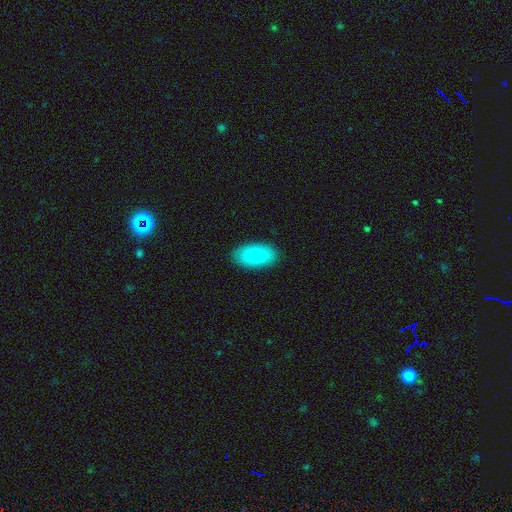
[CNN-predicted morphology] smooth_or_featured: smooth (p=0.85) [alt: featured or disk p=0.09]
how_rounded: in between (p=0.95) [alt: round p=0.03]
merging: none (p=0.88) [alt: minor disturbance p=0.09]